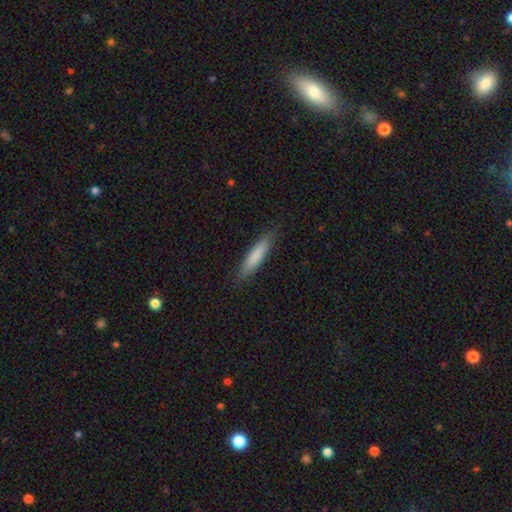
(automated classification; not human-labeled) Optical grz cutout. It shows a smooth galaxy with no disk features (80%) that is cigar-shaped (87%). Merging: none (87%).